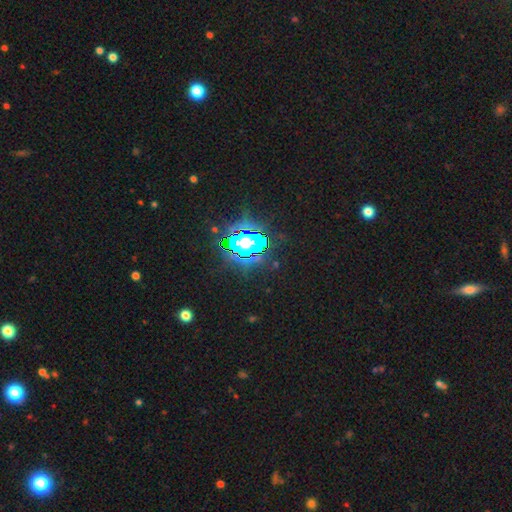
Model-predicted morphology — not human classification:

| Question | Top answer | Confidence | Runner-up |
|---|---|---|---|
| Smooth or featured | star or artifact | 83% | smooth (10%) |